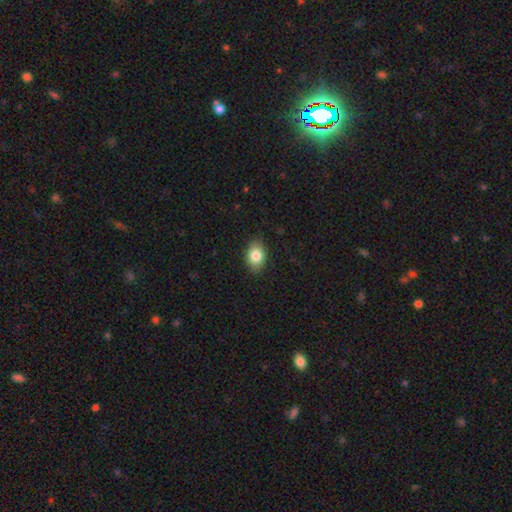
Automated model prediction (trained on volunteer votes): smooth 82%, featured or disk 10%, star or artifact 8%. Down the decision tree: how rounded — in between (82%); merging — none (86%).